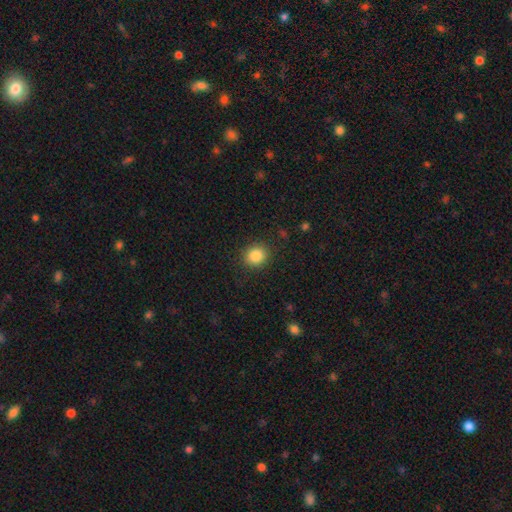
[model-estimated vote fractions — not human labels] Smooth or featured? smooth (86%)
How rounded? round (78%)
Merging? none (88%)